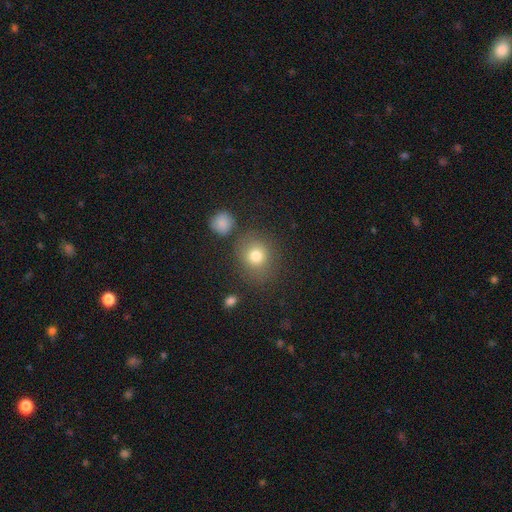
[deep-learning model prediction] smooth 77%, star or artifact 13%, featured or disk 10%. Down the decision tree: how rounded — round (79%); merging — none (75%).